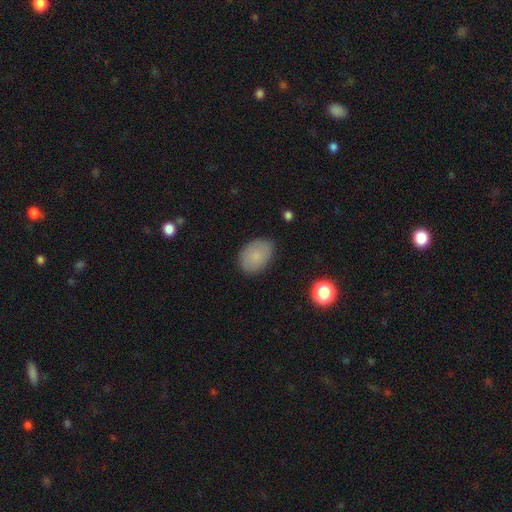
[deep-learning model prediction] smooth-or-featured: smooth: 78% | featured or disk: 13% | star or artifact: 9%
  how-rounded: in between: 77% | round: 22% | cigar-shaped: 1%
  merging: none: 82% | minor disturbance: 13% | major disturbance: 3% | merger: 1%